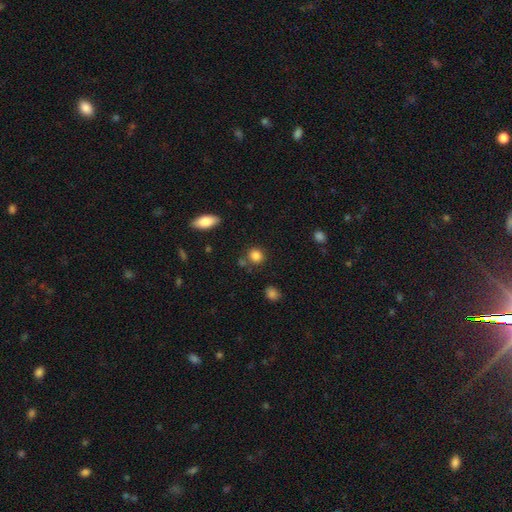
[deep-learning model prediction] smooth-or-featured: smooth: 85% | star or artifact: 10% | featured or disk: 5%
  how-rounded: round: 81% | in between: 18% | cigar-shaped: 1%
  merging: none: 77% | minor disturbance: 11% | merger: 8% | major disturbance: 4%